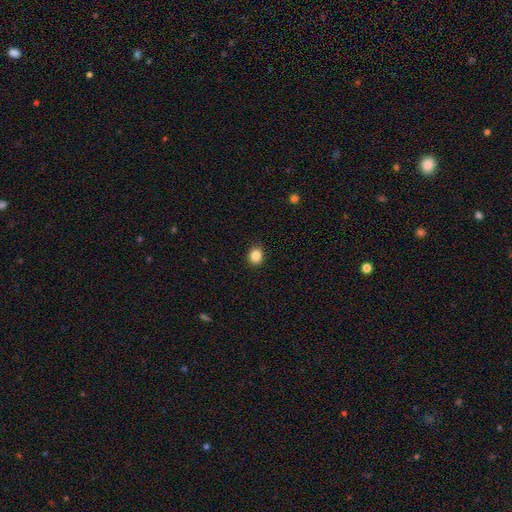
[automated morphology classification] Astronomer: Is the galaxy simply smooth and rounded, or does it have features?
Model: smooth — 86%.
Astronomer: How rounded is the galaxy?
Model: round — 74%.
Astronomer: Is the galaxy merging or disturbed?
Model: none — 91%.